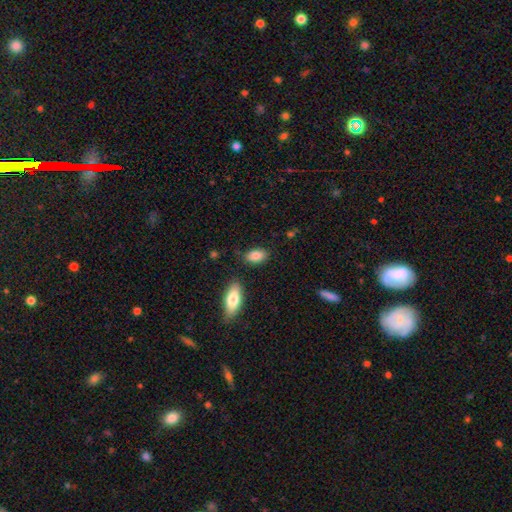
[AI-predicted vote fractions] Smooth or featured? Predicted: smooth (p=0.87). How rounded? Predicted: in between (p=0.90). Merging? Predicted: none (p=0.81).